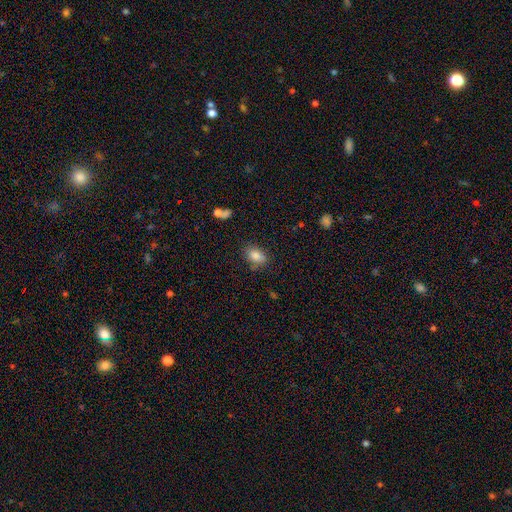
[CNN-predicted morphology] smooth 83%, star or artifact 9%, featured or disk 8%. Down the decision tree: how rounded — in between (81%); merging — none (73%).